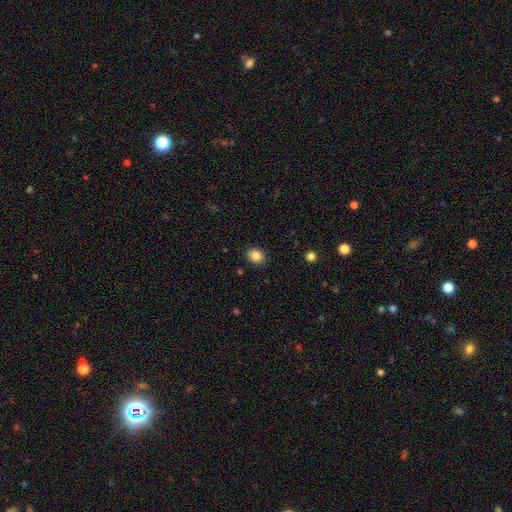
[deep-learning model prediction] Morphology: type=smooth (85%); roundness=in between (52%); merging=none (88%).